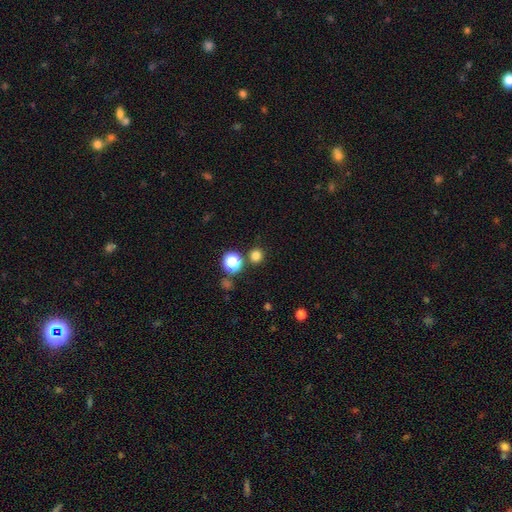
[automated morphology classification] Overall: smooth (77%). How rounded: round (92%). Merging: none (86%).